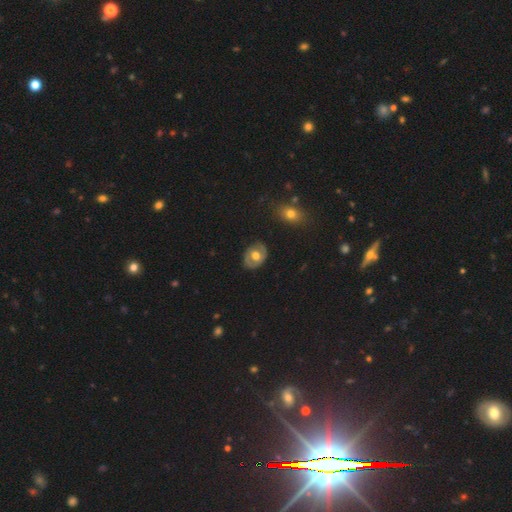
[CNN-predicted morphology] A featured or disk galaxy (49%). Merging: none (81%).